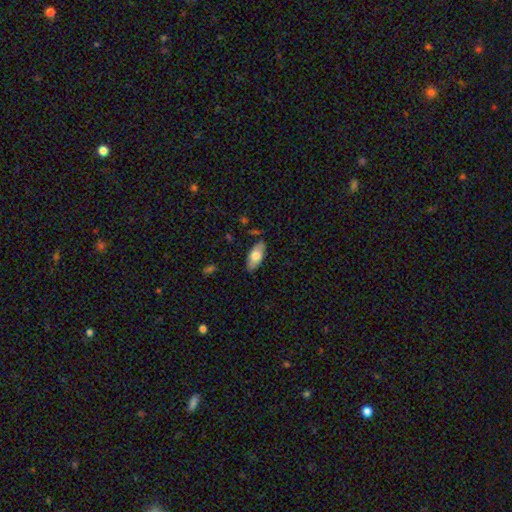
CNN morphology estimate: Q: Smooth or featured?
A: smooth (73%); runner-up: featured or disk (21%)
Q: How rounded?
A: in between (89%); runner-up: cigar-shaped (8%)
Q: Merging?
A: none (84%); runner-up: minor disturbance (12%)